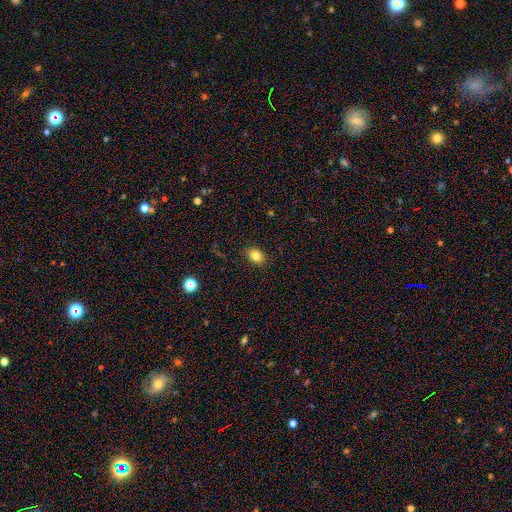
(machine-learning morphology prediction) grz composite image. It shows a smooth galaxy with no disk features (82%) that is in between round and cigar-shaped (60%). Merging: none (87%).